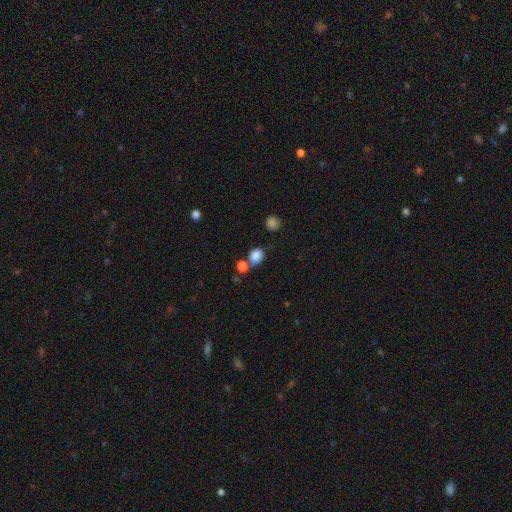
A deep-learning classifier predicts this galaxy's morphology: smooth 84%, star or artifact 11%, featured or disk 5%. Down the decision tree: how rounded — round (55%); merging — none (62%).